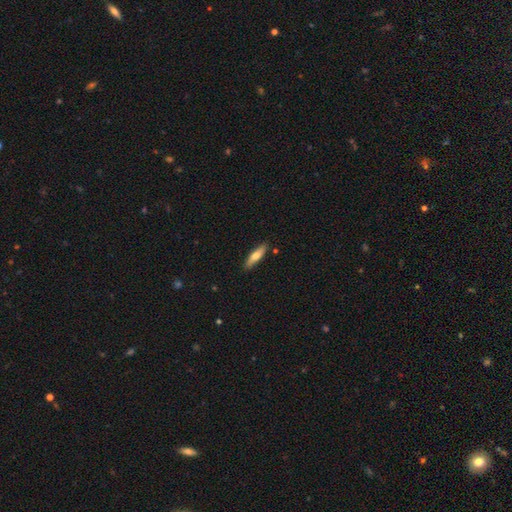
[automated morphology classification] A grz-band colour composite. It shows a smooth galaxy with no disk features (64%) that is cigar-shaped (77%). Merging: none (87%).